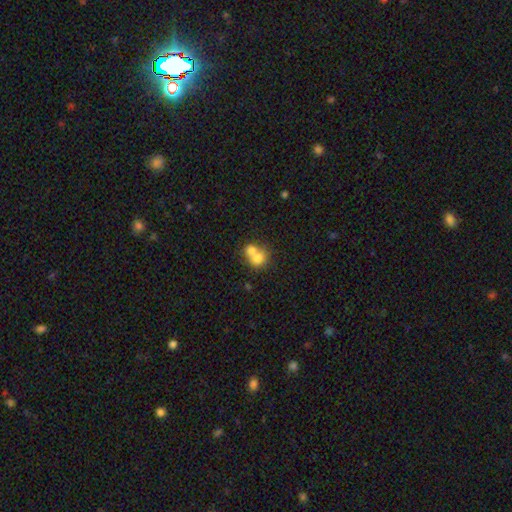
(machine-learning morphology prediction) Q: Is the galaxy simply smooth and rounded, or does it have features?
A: smooth — 72%.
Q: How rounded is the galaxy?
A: round — 71%.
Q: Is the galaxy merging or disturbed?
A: merger — 66%.